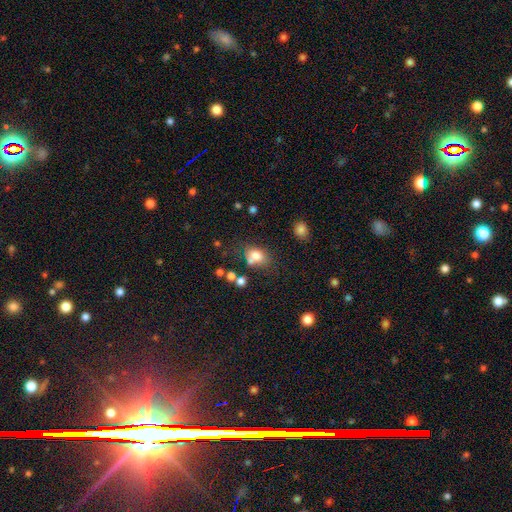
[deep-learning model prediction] Smooth or featured? Predicted: smooth (p=0.77). How rounded? Predicted: in between (p=0.64). Merging? Predicted: none (p=0.51).